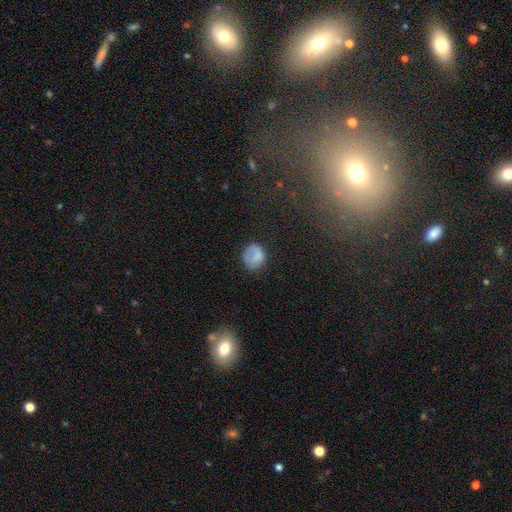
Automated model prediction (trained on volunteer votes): Smooth or featured? smooth (77%)
How rounded? round (78%)
Merging? none (67%)